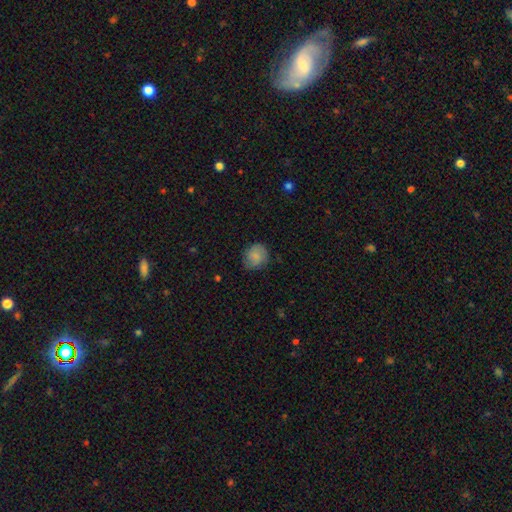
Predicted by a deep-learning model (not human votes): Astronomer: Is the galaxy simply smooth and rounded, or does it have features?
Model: smooth — 78%.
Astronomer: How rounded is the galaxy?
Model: round — 77%.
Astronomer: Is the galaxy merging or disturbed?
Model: none — 72%.